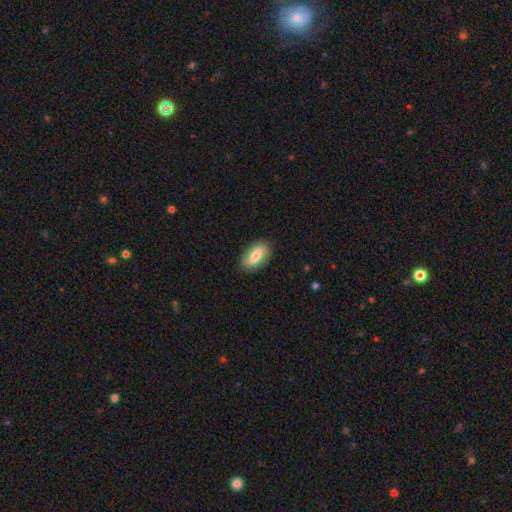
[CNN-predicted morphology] smooth-or-featured: smooth: 62% | featured or disk: 32% | star or artifact: 7%
  how-rounded: in between: 87% | cigar-shaped: 9% | round: 4%
  merging: none: 85% | minor disturbance: 11% | major disturbance: 3% | merger: 1%